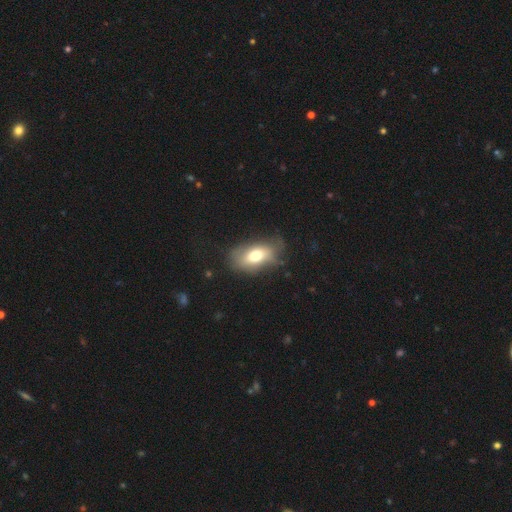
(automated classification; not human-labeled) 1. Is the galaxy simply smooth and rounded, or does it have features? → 67% smooth, 24% featured or disk, 9% star or artifact.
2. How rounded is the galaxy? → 88% in between, 8% round, 4% cigar-shaped.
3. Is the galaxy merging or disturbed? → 60% none, 26% minor disturbance, 12% major disturbance, 2% merger.